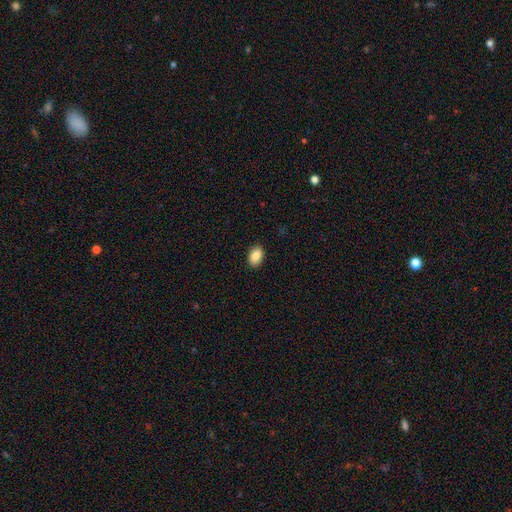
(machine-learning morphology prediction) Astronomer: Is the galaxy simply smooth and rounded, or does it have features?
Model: smooth — 87%.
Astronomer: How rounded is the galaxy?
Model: in between — 86%.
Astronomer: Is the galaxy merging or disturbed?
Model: none — 90%.